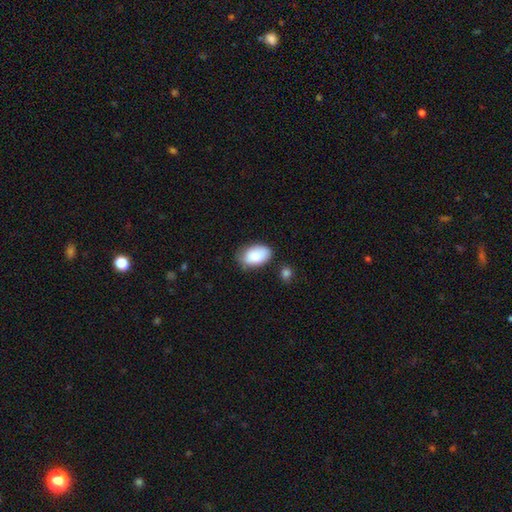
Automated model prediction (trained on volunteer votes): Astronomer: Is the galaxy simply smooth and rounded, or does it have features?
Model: smooth — 88%.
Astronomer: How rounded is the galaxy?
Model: in between — 92%.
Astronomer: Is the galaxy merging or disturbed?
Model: none — 65%.